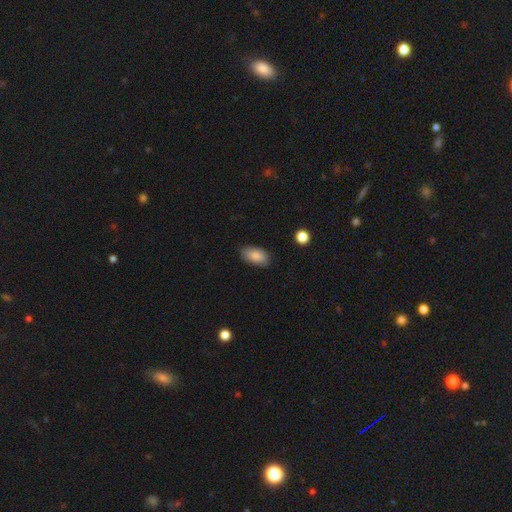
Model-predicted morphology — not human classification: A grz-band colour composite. It shows a smooth galaxy with no disk features (84%) that is in between round and cigar-shaped (93%). Merging: none (82%).